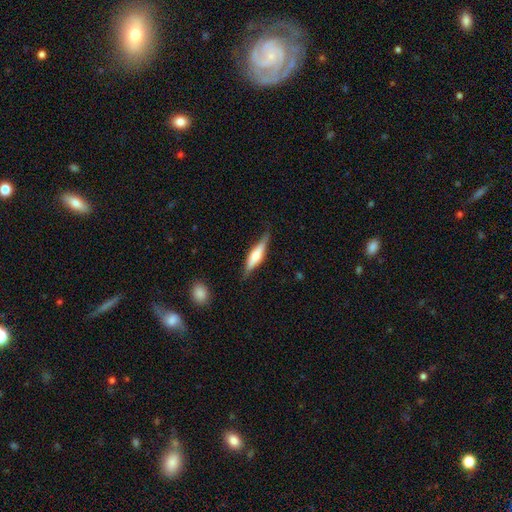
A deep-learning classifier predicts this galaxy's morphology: smooth-or-featured: featured or disk: 56% | smooth: 38% | star or artifact: 6%
  disk-edge-on: yes: 95% | no: 5%
    edge-on-bulge: rounded: 72% | boxy: 22% | none: 6%
  merging: none: 80% | minor disturbance: 14% | major disturbance: 4% | merger: 2%